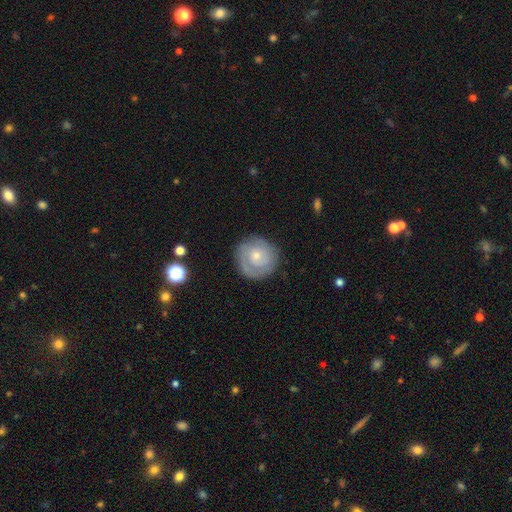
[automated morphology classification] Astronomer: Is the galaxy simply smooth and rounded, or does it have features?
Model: featured or disk — 68%.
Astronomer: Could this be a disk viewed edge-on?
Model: no — 98%.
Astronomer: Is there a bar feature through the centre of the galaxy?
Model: no — 77%.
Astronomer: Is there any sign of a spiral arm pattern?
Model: yes — 87%.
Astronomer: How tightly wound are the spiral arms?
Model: tight — 72%.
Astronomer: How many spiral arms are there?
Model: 2 — 45% (runner-up: can't tell, 28%).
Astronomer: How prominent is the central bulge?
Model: small — 58% (runner-up: moderate, 37%).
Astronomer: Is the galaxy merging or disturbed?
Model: none — 83%.